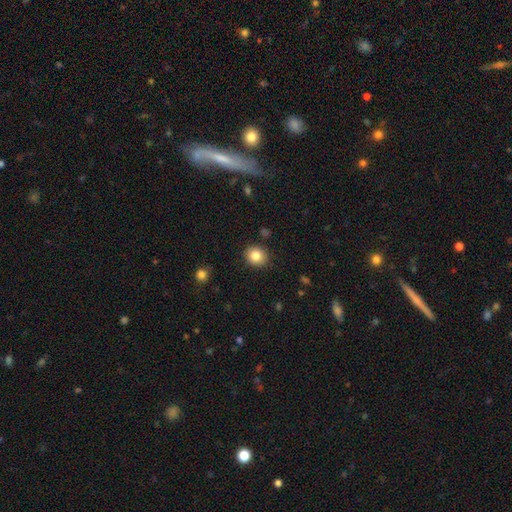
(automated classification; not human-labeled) smooth-or-featured: smooth: 83% | star or artifact: 10% | featured or disk: 7%
  how-rounded: round: 76% | in between: 23% | cigar-shaped: 1%
  merging: none: 89% | minor disturbance: 8% | major disturbance: 2% | merger: 1%